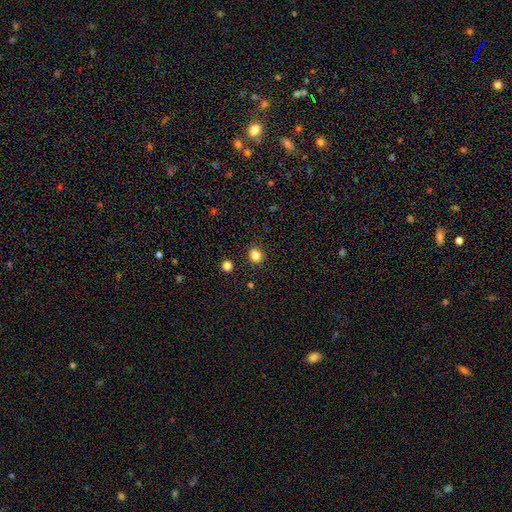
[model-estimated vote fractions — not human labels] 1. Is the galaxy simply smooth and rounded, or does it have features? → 83% smooth, 12% star or artifact, 4% featured or disk.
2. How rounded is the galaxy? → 76% round, 23% in between, 1% cigar-shaped.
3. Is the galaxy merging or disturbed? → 89% none, 7% minor disturbance, 2% merger, 2% major disturbance.